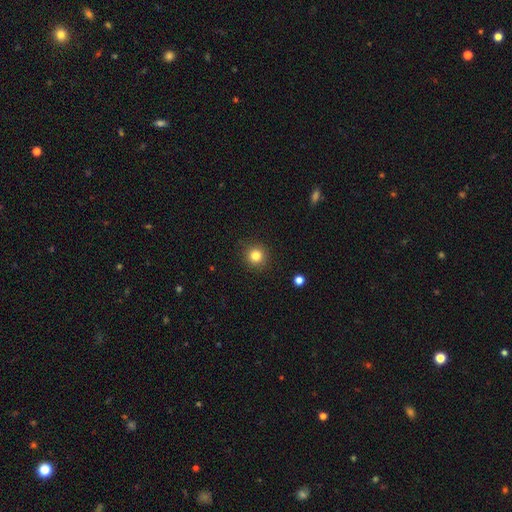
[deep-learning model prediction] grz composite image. It shows a smooth galaxy with no disk features (83%) that is round (94%). Merging: none (91%).